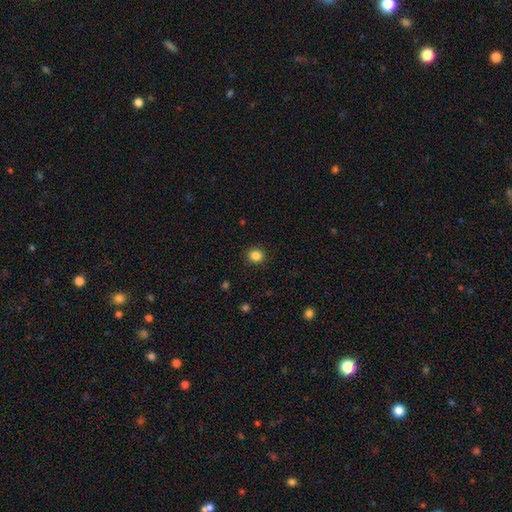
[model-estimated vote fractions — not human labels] A smooth galaxy with no disk features (85%) that is round (78%).

Vote fractions:
- Smooth or featured? smooth: 85% / star or artifact: 11% / featured or disk: 4%
- How rounded? round: 78% / in between: 21% / cigar-shaped: 1%
- Merging? none: 90% / minor disturbance: 6% / major disturbance: 2% / merger: 1%